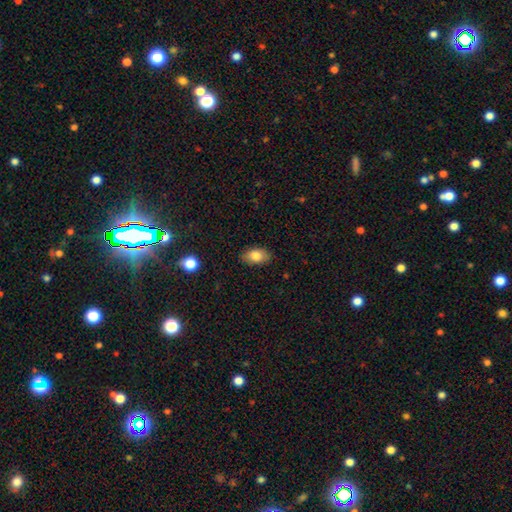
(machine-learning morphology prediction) This is clearly a smooth galaxy (83%). How rounded: clearly in between (89%). Merging: clearly none (85%).